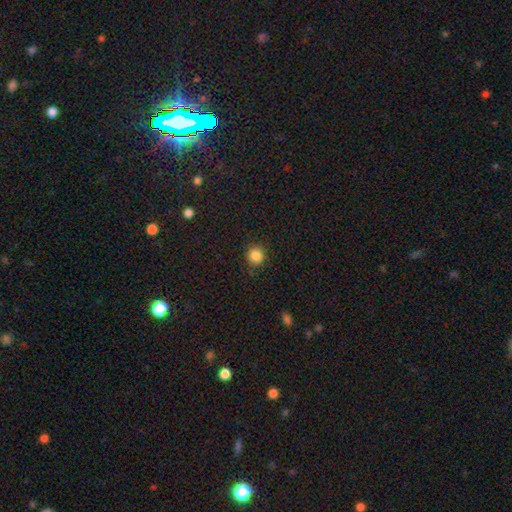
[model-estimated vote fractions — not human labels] smooth_or_featured: smooth (p=0.86) [alt: star or artifact p=0.11]
how_rounded: round (p=0.90) [alt: in between p=0.09]
merging: none (p=0.88) [alt: minor disturbance p=0.08]